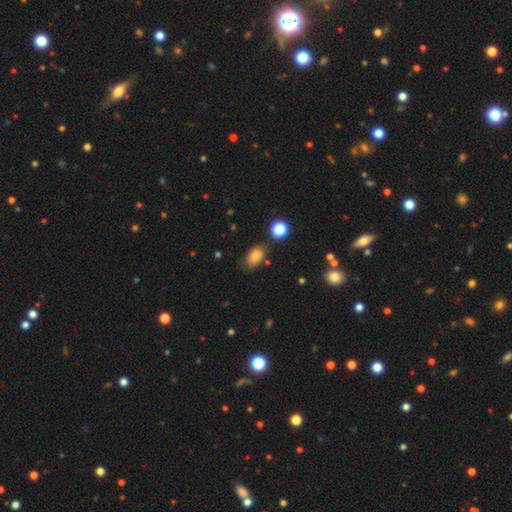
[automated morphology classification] Smooth or featured? Predicted: smooth (p=0.79). How rounded? Predicted: in between (p=0.84). Merging? Predicted: none (p=0.66).